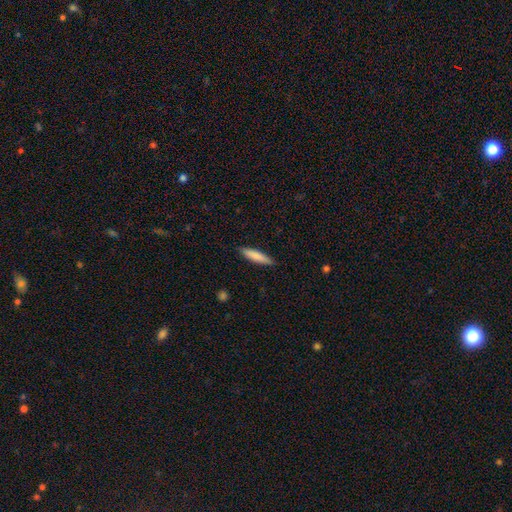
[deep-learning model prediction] This appears to be a smooth galaxy with no disk features (83%) that is cigar-shaped (81%). Merging: none (89%).